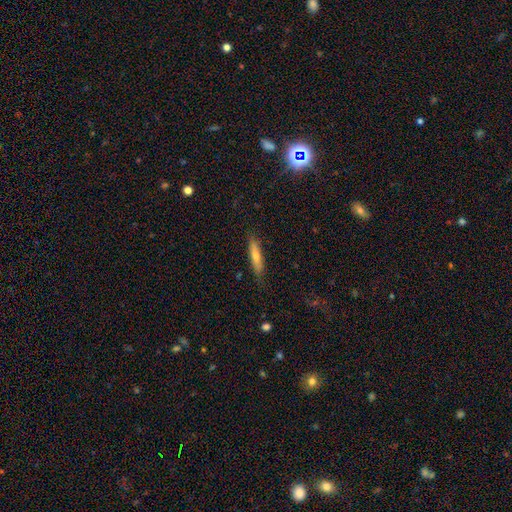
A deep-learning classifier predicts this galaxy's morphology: A smooth galaxy with no disk features (47%).

Vote fractions:
- Smooth or featured? smooth: 47% / featured or disk: 40% / star or artifact: 13%
- Merging? none: 86% / minor disturbance: 10% / major disturbance: 2% / merger: 1%